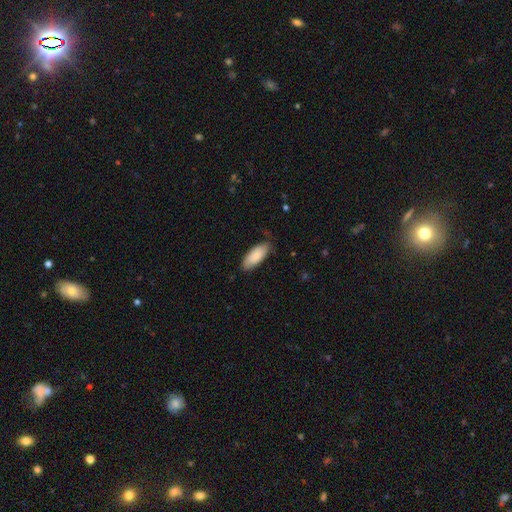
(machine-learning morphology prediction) The model was most divided on "merging": none: 77%, minor disturbance: 19%, major disturbance: 3%, merger: 1%. More confident: smooth or featured — smooth (87%); how rounded — in between (84%).